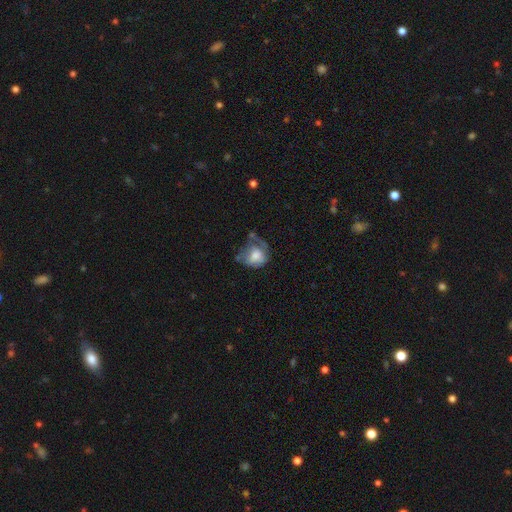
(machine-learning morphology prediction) A smooth galaxy with no disk features (61%) that is round (59%).

Vote fractions:
- Smooth or featured? smooth: 61% / featured or disk: 31% / star or artifact: 8%
- How rounded? round: 59% / in between: 40% / cigar-shaped: 1%
- Merging? major disturbance: 36% / minor disturbance: 29% / none: 27% / merger: 8%